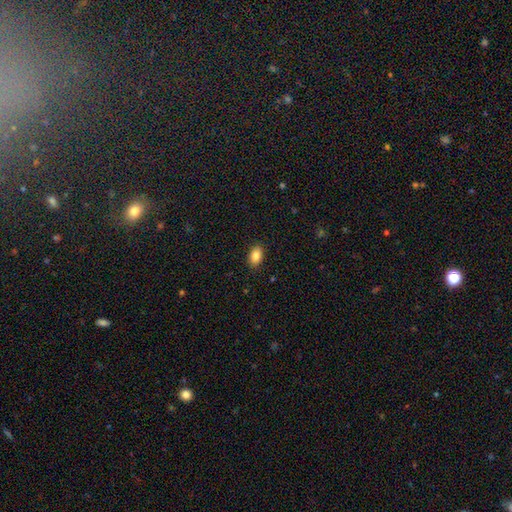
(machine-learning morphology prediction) type=smooth (86%); roundness=in between (88%); merging=none (89%).